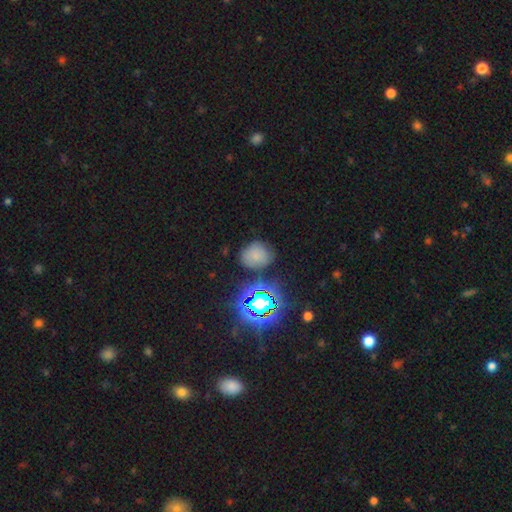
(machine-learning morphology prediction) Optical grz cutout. It shows a smooth galaxy with no disk features (66%) that is round (59%). Merging: none (71%).